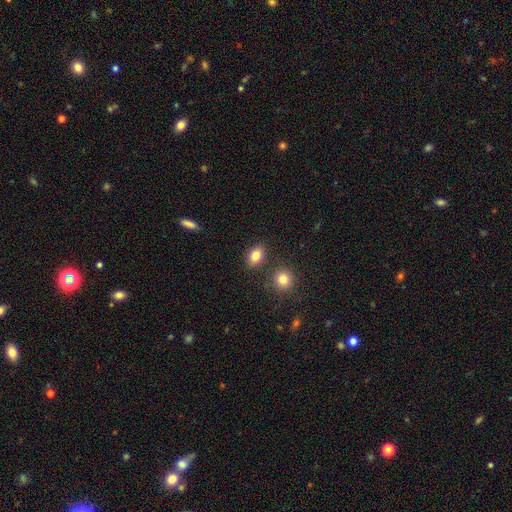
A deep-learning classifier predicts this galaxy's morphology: Overall: smooth (82%). How rounded: in between (78%). Merging: none (81%).